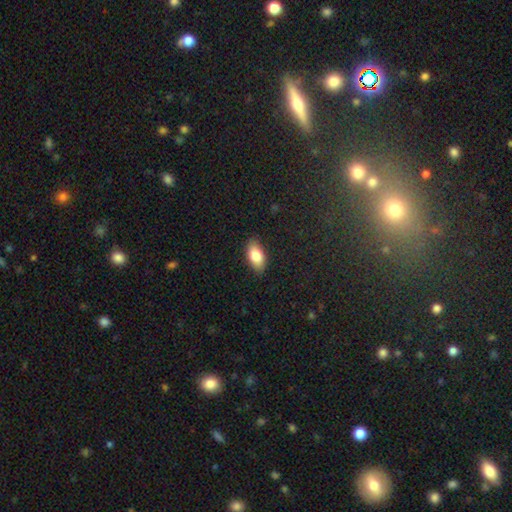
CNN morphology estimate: The model was most divided on "smooth or featured": smooth: 83%, featured or disk: 10%, star or artifact: 7%. More confident: how rounded — in between (92%); merging — none (87%).